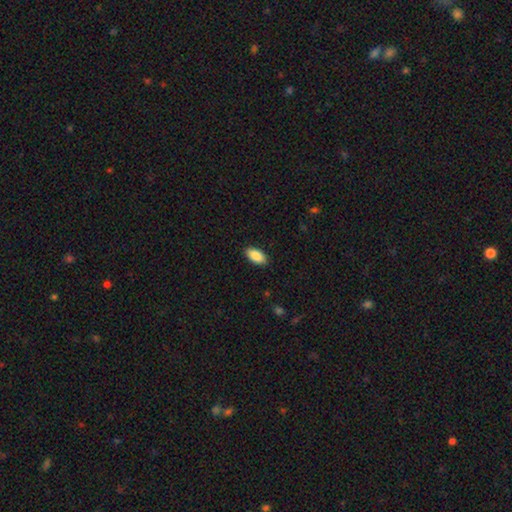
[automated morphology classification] smooth-or-featured: smooth: 89% | star or artifact: 6% | featured or disk: 5%
  how-rounded: in between: 93% | cigar-shaped: 4% | round: 2%
  merging: none: 90% | minor disturbance: 8% | major disturbance: 2% | merger: 1%